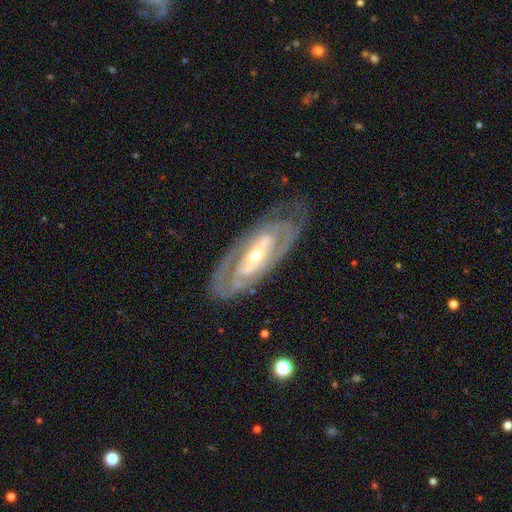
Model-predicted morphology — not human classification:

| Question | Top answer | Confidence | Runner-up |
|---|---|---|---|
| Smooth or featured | featured or disk | 84% | smooth (11%) |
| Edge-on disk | no | 88% | yes (12%) |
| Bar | no | 36% | strong (35%) |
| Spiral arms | yes | 76% | no (24%) |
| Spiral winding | tight | 66% | medium (26%) |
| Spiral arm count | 2 | 50% | can't tell (35%) |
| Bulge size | small | 50% | moderate (45%) |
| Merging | none | 77% | minor disturbance (15%) |